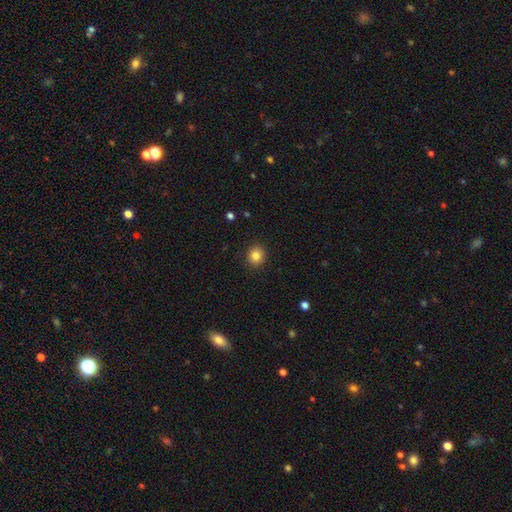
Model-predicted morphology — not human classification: type=smooth (84%); roundness=round (84%); merging=none (91%).